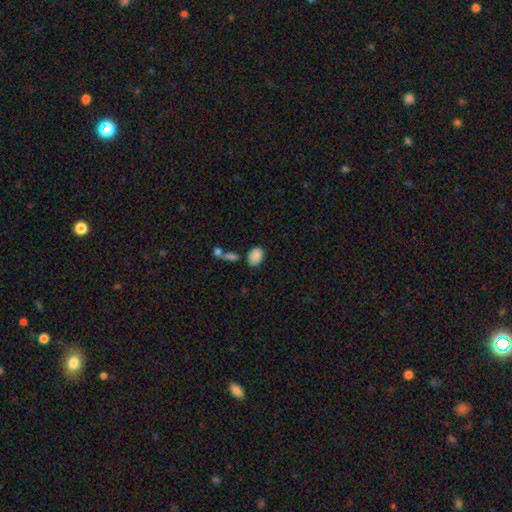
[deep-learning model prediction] Morphology: type=smooth (87%); roundness=in between (84%); merging=none (70%).